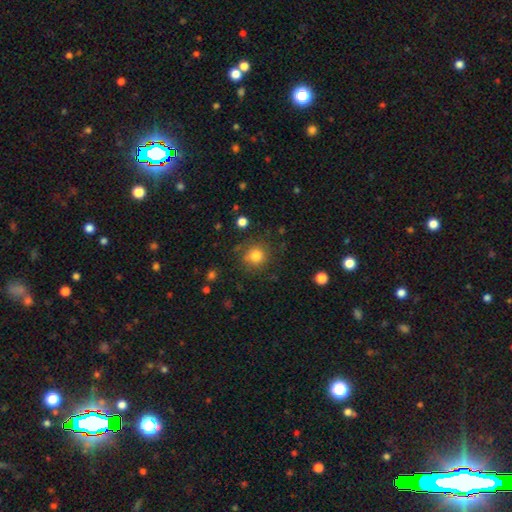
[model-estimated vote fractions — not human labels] Smooth or featured? smooth (81%)
How rounded? round (91%)
Merging? none (82%)